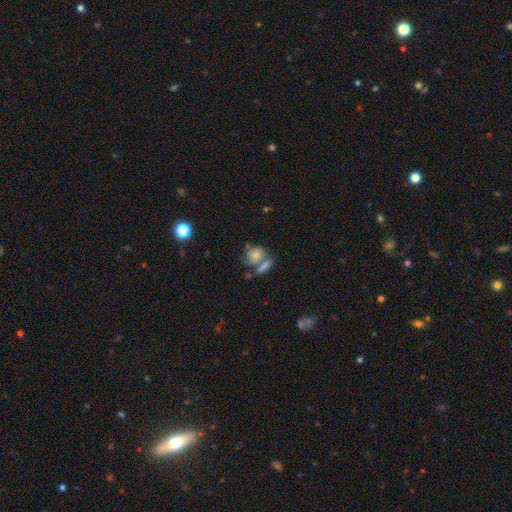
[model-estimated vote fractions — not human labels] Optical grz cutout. It shows a smooth galaxy with no disk features (50%) that is round (50%). Merging: merger (41%).